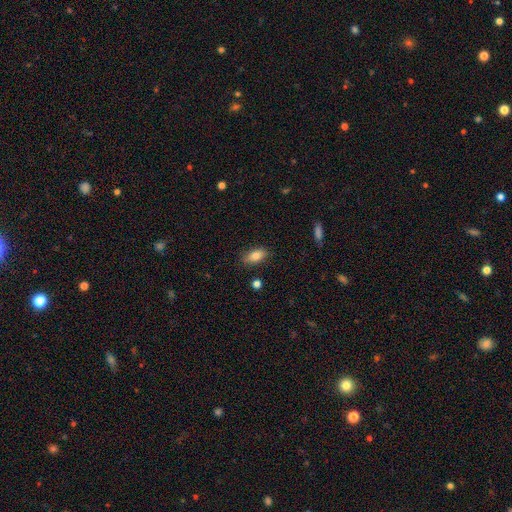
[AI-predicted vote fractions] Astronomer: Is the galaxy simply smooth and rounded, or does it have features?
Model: smooth — 80%.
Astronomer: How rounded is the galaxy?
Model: in between — 87%.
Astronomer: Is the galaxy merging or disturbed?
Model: none — 84%.